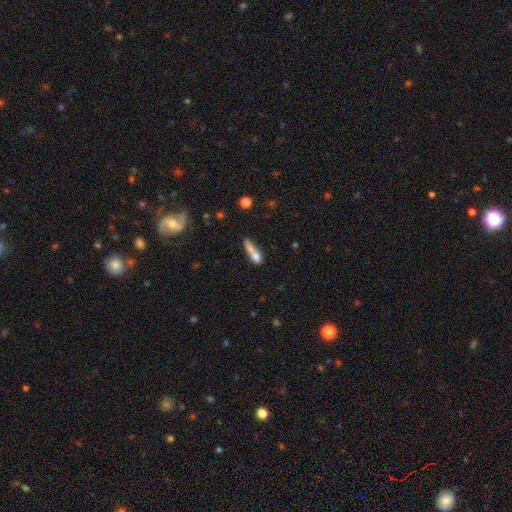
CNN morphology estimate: A smooth galaxy with no disk features (66%) that is cigar-shaped (47%). Merging: merger (48%).